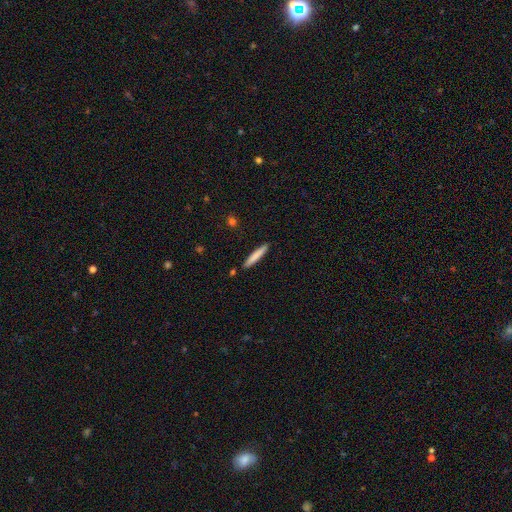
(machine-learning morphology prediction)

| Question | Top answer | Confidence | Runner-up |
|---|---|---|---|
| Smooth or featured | smooth | 79% | featured or disk (15%) |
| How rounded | cigar-shaped | 94% | in between (5%) |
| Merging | none | 89% | minor disturbance (7%) |